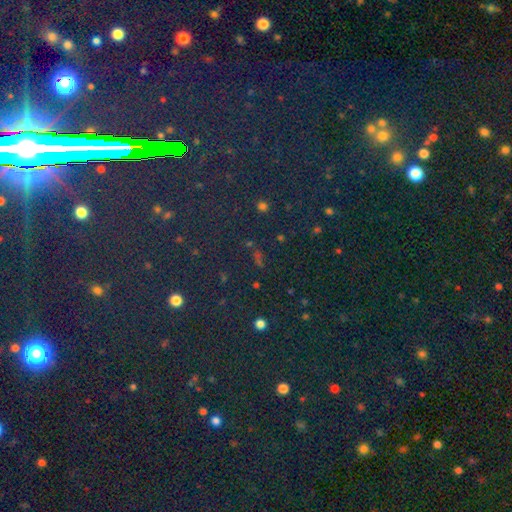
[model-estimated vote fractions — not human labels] star or artifact 80%, smooth 12%, featured or disk 8%.